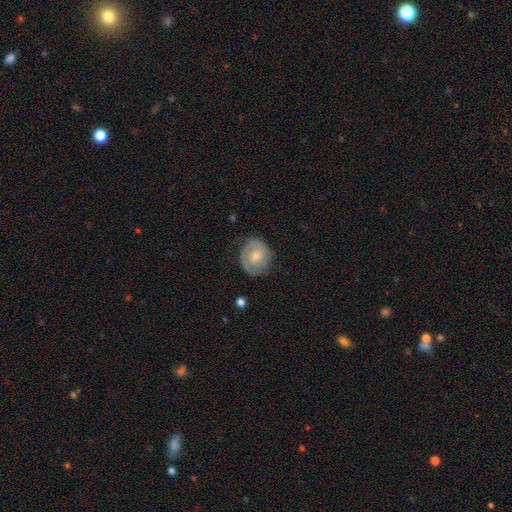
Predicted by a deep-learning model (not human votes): Smooth or featured: featured or disk — 51% (smooth — 43%)
Edge-on disk: no — 97% (yes — 3%)
Merging: none — 73% (minor disturbance — 19%)